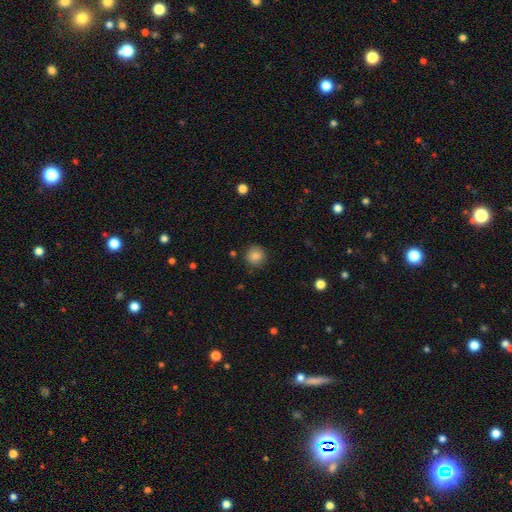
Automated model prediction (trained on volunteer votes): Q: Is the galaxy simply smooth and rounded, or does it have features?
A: smooth — 83%.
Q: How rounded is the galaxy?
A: round — 94%.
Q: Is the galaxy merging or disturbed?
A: none — 89%.